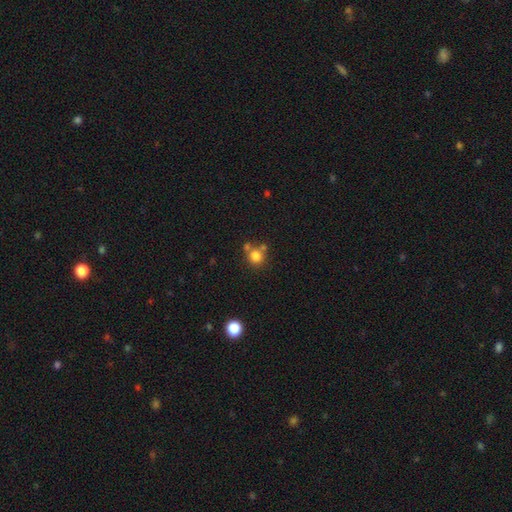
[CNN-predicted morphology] The model was most divided on "merging": none: 60%, merger: 25%, minor disturbance: 11%, major disturbance: 4%. More confident: how rounded — round (86%); smooth or featured — smooth (79%).